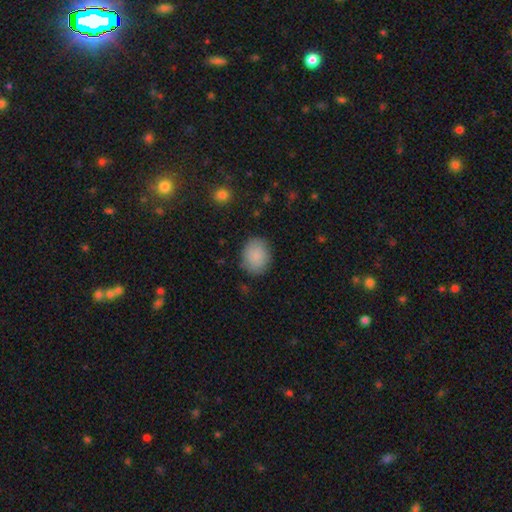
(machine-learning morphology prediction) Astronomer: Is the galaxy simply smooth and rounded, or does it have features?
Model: smooth — 88%.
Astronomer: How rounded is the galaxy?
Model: round — 52% (runner-up: in between, 47%).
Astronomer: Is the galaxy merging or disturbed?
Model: none — 83%.